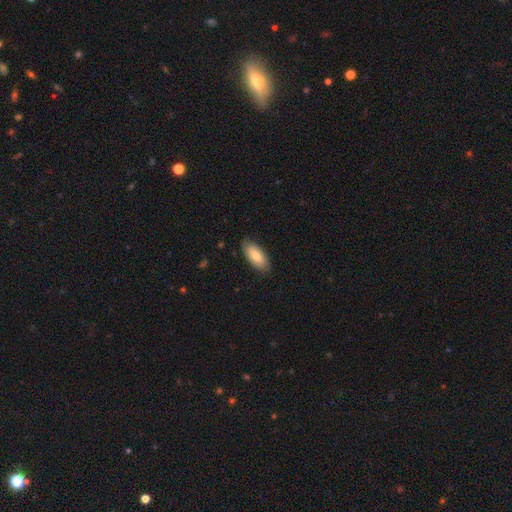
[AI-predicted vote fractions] Smooth or featured? Predicted: smooth (p=0.64). How rounded? Predicted: in between (p=0.89). Merging? Predicted: none (p=0.80).